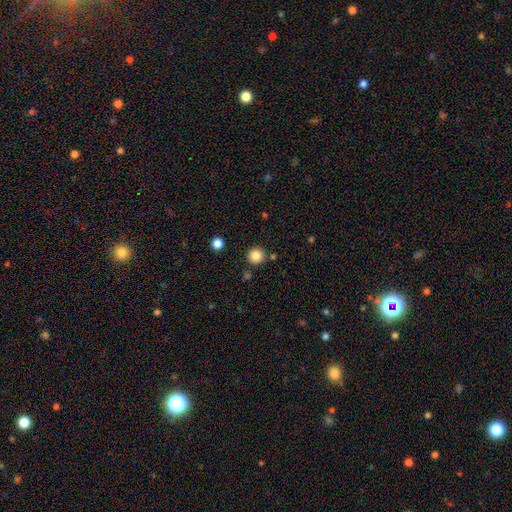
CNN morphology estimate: Q: Smooth or featured?
A: smooth (85%); runner-up: star or artifact (11%)
Q: How rounded?
A: round (95%); runner-up: in between (4%)
Q: Merging?
A: none (88%); runner-up: minor disturbance (6%)